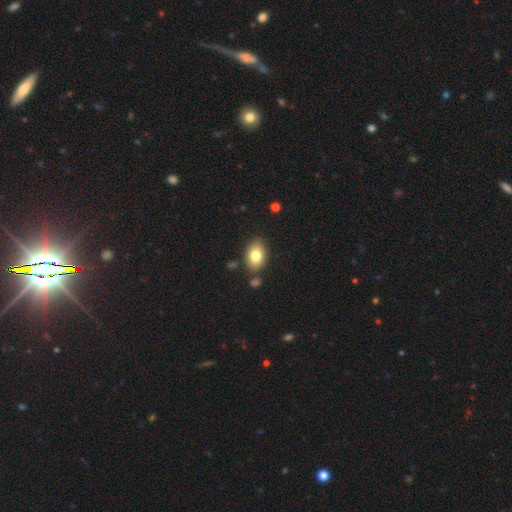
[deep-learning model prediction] Overall: smooth (80%). How rounded: in between (84%). Merging: none (80%).